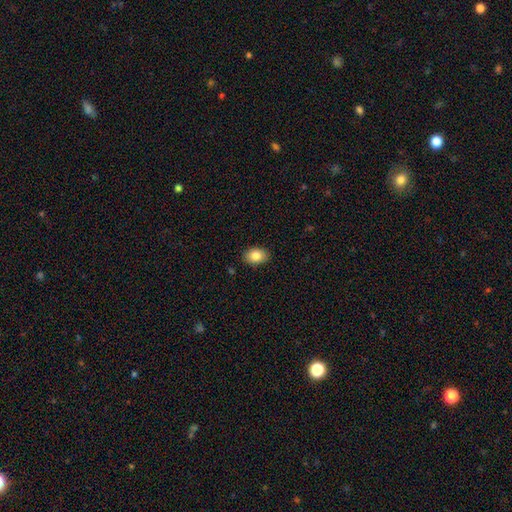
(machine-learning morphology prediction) smooth-or-featured: smooth: 84% | star or artifact: 8% | featured or disk: 8%
  how-rounded: in between: 79% | round: 19% | cigar-shaped: 1%
  merging: none: 88% | minor disturbance: 9% | major disturbance: 2% | merger: 1%